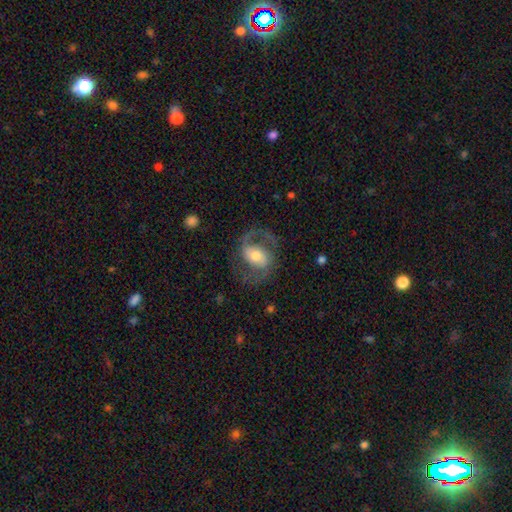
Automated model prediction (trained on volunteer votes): A featured or disk galaxy (79%) with a weak bar (43%), 2 (87%) medium (56%) spiral arms (91%) and a moderate central bulge (63%). Merging: none (68%).